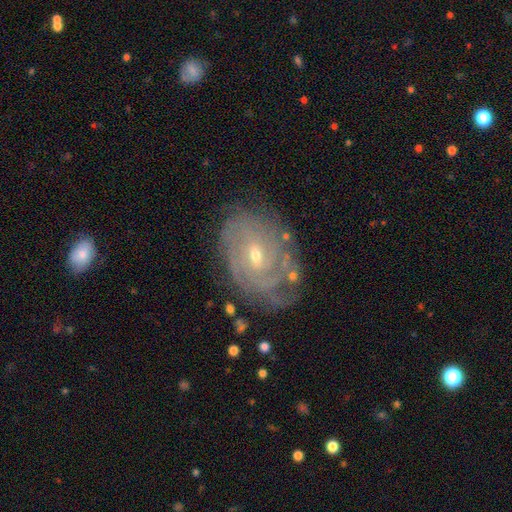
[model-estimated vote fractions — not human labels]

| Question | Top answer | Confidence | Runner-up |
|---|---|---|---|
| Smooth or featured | featured or disk | 85% | smooth (9%) |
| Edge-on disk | no | 96% | yes (4%) |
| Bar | weak | 52% | no (36%) |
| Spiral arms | yes | 94% | no (6%) |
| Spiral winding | tight | 76% | medium (19%) |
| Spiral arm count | can't tell | 41% | 3 (17%) |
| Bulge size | small | 61% | moderate (36%) |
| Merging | none | 70% | minor disturbance (20%) |